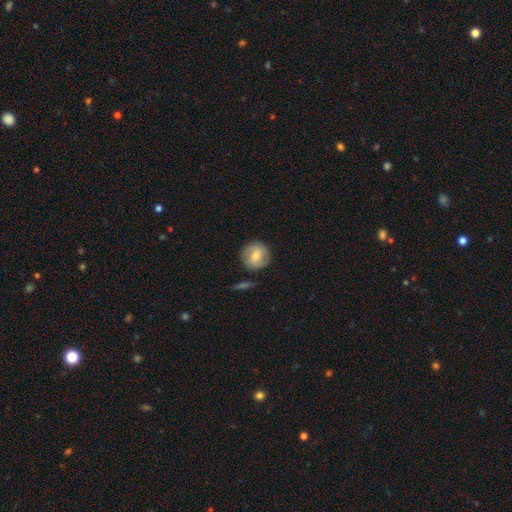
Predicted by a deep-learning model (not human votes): Overall: smooth (64%; featured or disk 29%). How rounded: round (91%). Merging: none (82%).